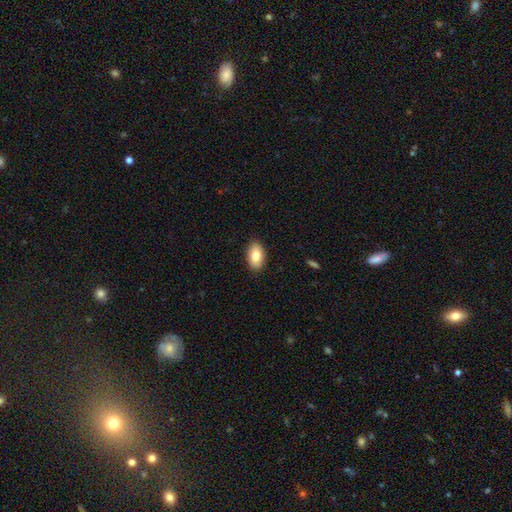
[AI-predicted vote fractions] The model was most divided on "smooth or featured": smooth: 83%, featured or disk: 10%, star or artifact: 7%. More confident: how rounded — in between (93%); merging — none (88%).